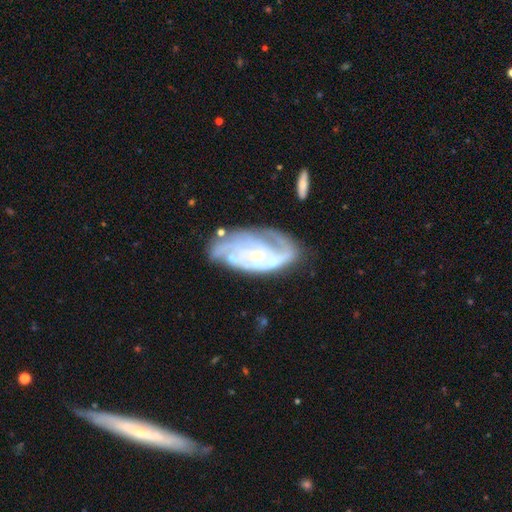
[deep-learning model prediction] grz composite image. It shows a featured or disk galaxy (80%) with no bar (64%), tight (57%) spiral arms (89%) and a small central bulge (65%). Merging: none (57%).